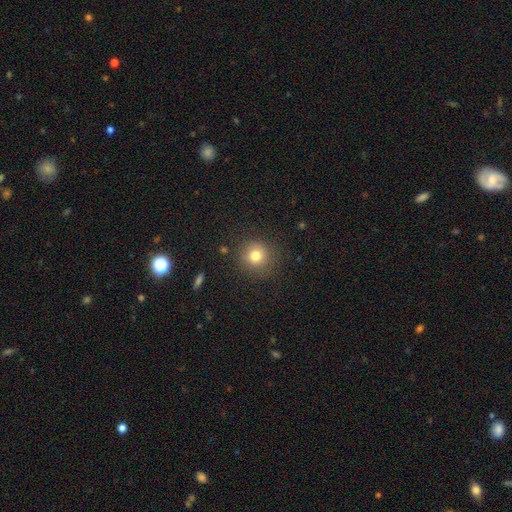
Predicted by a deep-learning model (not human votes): Smooth or featured? Predicted: smooth (p=0.78). How rounded? Predicted: round (p=0.91). Merging? Predicted: none (p=0.84).